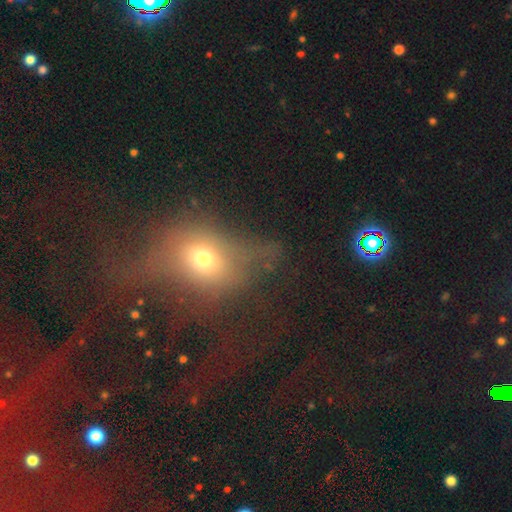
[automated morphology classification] type=smooth (48%); merging=major disturbance (43%).